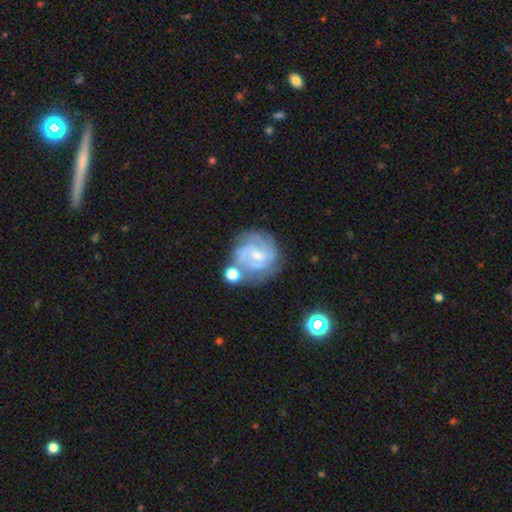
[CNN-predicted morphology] The model was most divided on "spiral arm count" (2-way tie): 3: 29%, can't tell: 29%, 2: 23%, 4: 11%, 1: 5%, more than 4: 4%. Remaining: edge-on disk — no (98%); spiral arms — yes (93%); smooth or featured — featured or disk (78%); bulge size — small (63%); merging — none (62%); spiral winding — tight (55%); bar — weak (49%).